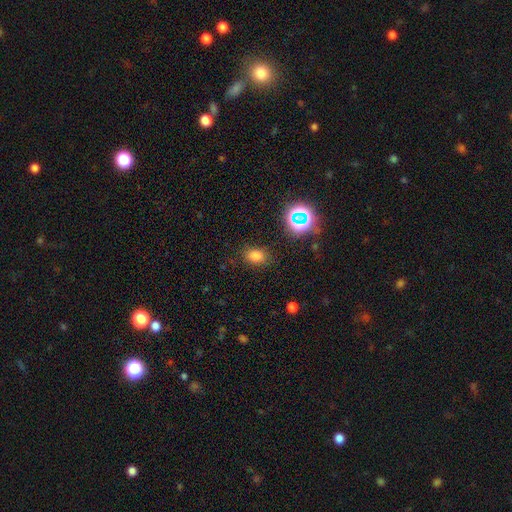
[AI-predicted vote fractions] Smooth or featured?
  - smooth: 75% *
  - star or artifact: 19%
  - featured or disk: 6%
How rounded?
  - in between: 68% *
  - round: 30%
  - cigar-shaped: 1%
Merging?
  - none: 82% *
  - minor disturbance: 12%
  - major disturbance: 4%
  - merger: 2%